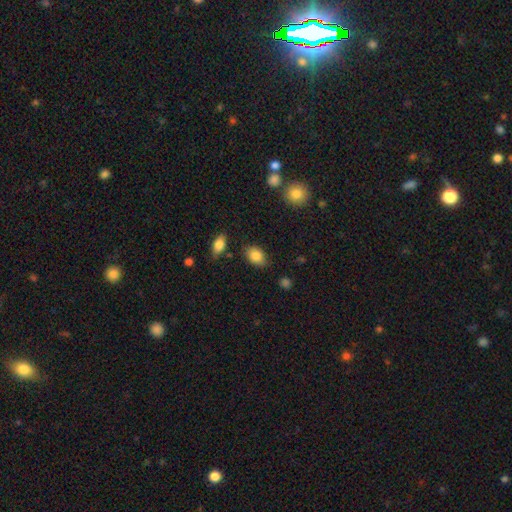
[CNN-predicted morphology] Smooth or featured? Predicted: smooth (p=0.84). How rounded? Predicted: in between (p=0.81). Merging? Predicted: none (p=0.79).